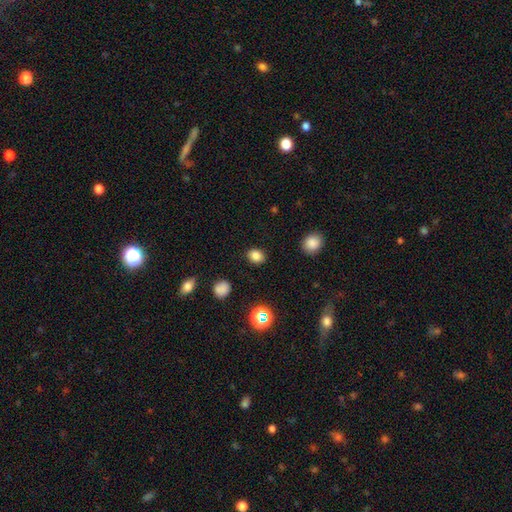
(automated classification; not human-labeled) Q: Smooth or featured?
A: smooth (83%); runner-up: star or artifact (13%)
Q: How rounded?
A: in between (52%); runner-up: round (47%)
Q: Merging?
A: none (87%); runner-up: minor disturbance (8%)